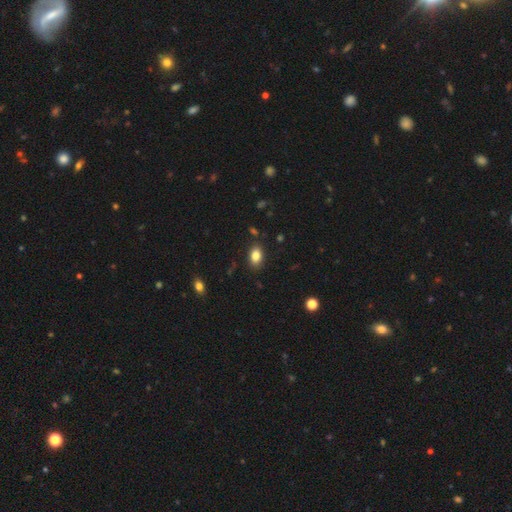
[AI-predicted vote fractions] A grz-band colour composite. It shows a smooth galaxy with no disk features (83%) that is in between round and cigar-shaped (85%). Merging: none (85%).